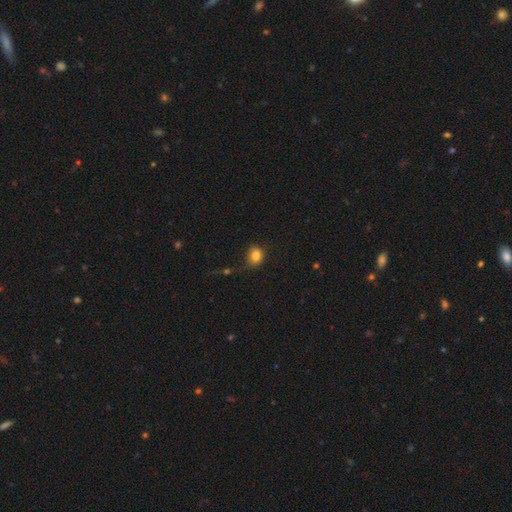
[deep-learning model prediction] Smooth or featured: smooth — 81% (star or artifact — 11%)
How rounded: round — 60% (in between — 39%)
Merging: none — 65% (minor disturbance — 21%)